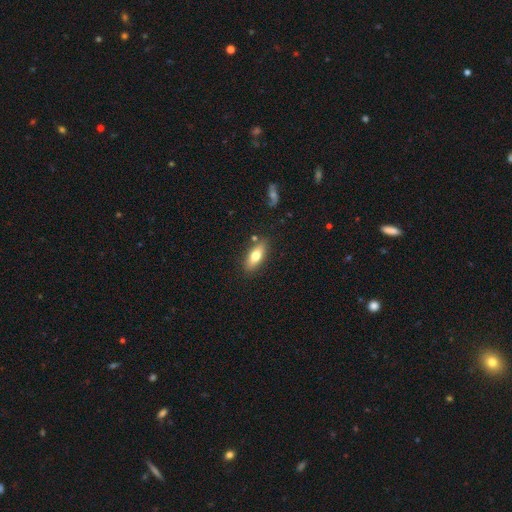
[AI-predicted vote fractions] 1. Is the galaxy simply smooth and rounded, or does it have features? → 71% smooth, 22% featured or disk, 7% star or artifact.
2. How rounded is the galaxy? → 76% in between, 20% cigar-shaped, 3% round.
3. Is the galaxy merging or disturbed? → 82% none, 11% minor disturbance, 4% merger, 3% major disturbance.